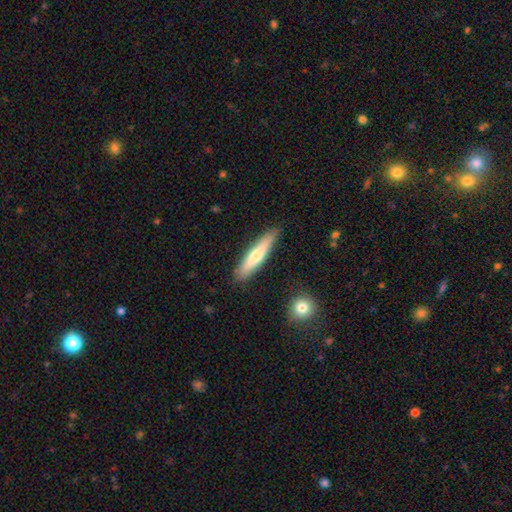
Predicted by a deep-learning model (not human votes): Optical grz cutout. It shows a smooth galaxy with no disk features (57%) that is cigar-shaped (87%). Merging: none (87%).